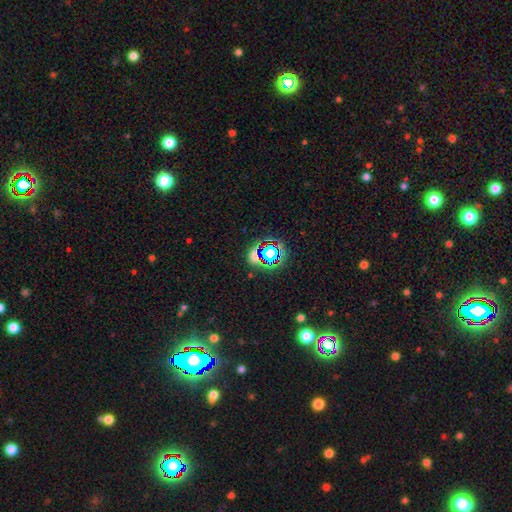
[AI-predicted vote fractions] Morphology: type=star or artifact (64%).